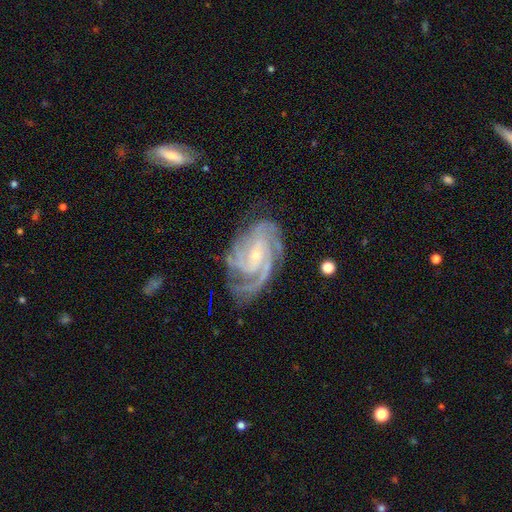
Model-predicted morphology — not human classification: This is clearly a featured or disk galaxy (92%). It is clearly not viewed edge-on (97%). Bar: possibly no (54%). Spiral arm pattern: clearly yes (99%). Spiral arm count: marginally 3 (41%). Spiral winding: likely tight (64%). Central bulge: likely small (76%). Merging: likely none (71%).